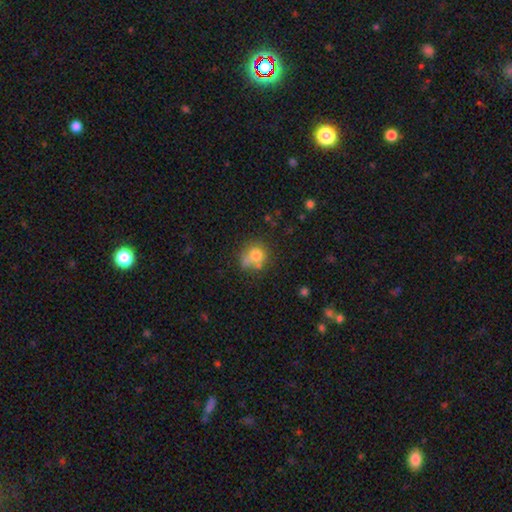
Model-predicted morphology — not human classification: Smooth or featured? Predicted: smooth (p=0.73). How rounded? Predicted: round (p=0.78). Merging? Predicted: none (p=0.48).